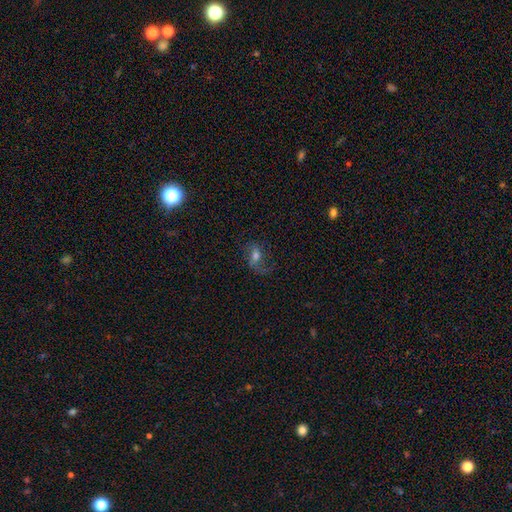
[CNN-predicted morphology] Smooth or featured?
  - featured or disk: 52% *
  - smooth: 35%
  - star or artifact: 13%
Edge-on disk?
  - no: 93% *
  - yes: 7%
Merging?
  - none: 55% *
  - major disturbance: 22%
  - minor disturbance: 20%
  - merger: 2%